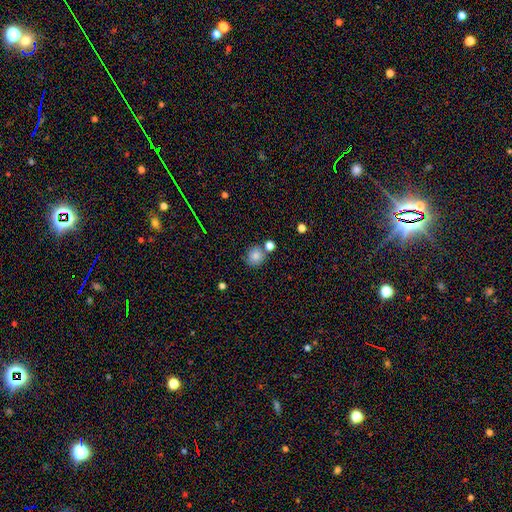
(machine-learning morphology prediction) smooth 81%, star or artifact 11%, featured or disk 8%. Down the decision tree: how rounded — round (85%); merging — none (68%).